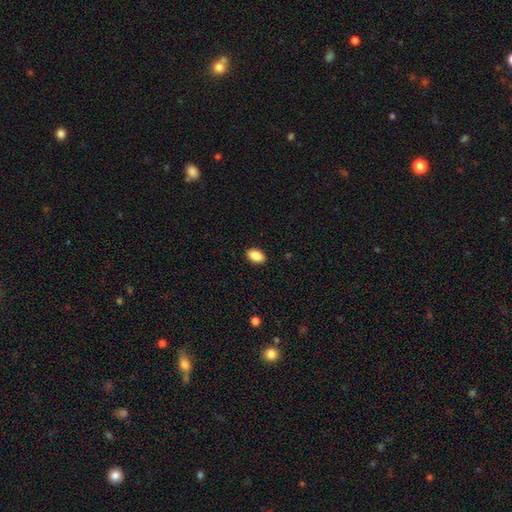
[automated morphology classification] Smooth or featured? Predicted: smooth (p=0.89). How rounded? Predicted: in between (p=0.91). Merging? Predicted: none (p=0.90).